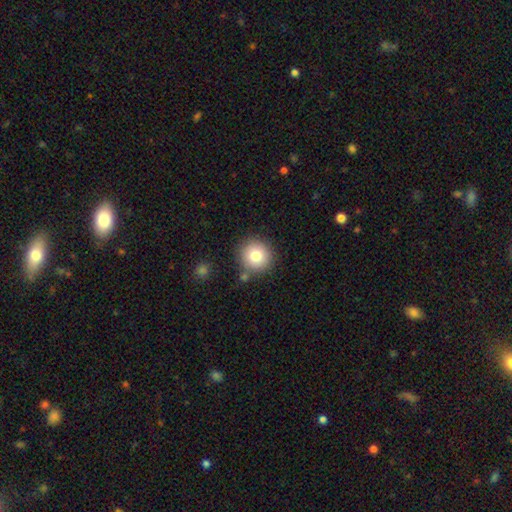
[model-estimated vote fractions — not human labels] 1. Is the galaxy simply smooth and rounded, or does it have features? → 79% smooth, 11% star or artifact, 10% featured or disk.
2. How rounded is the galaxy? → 93% round, 6% in between, 1% cigar-shaped.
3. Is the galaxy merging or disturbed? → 82% none, 9% minor disturbance, 6% merger, 3% major disturbance.